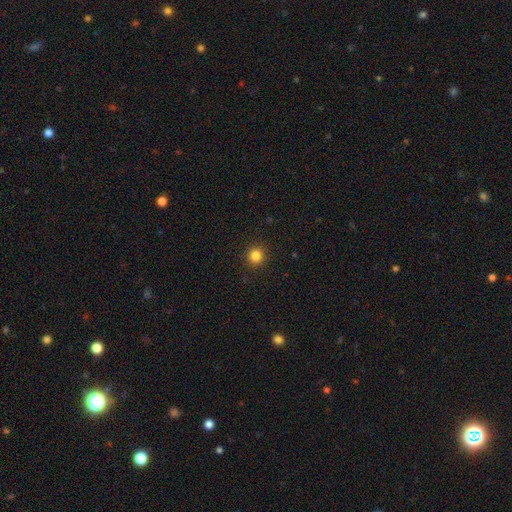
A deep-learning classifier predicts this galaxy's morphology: Smooth or featured? Predicted: smooth (p=0.83). How rounded? Predicted: round (p=0.94). Merging? Predicted: none (p=0.92).